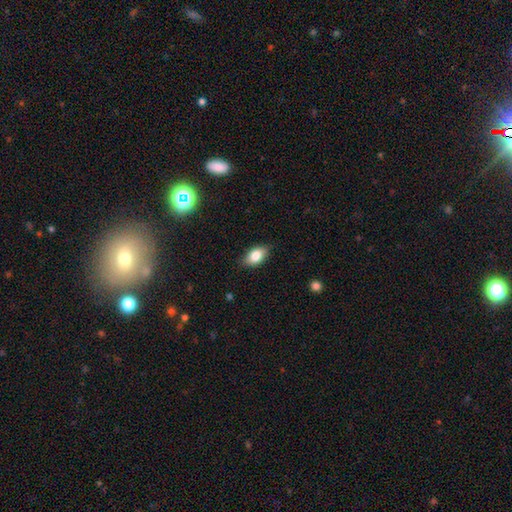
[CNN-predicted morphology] Smooth or featured: smooth — 83% (featured or disk — 10%)
How rounded: in between — 89% (round — 8%)
Merging: none — 84% (minor disturbance — 13%)